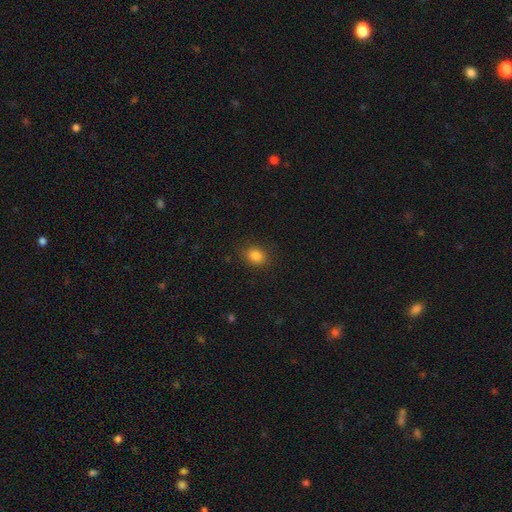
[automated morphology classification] Overall: smooth (84%). How rounded: in between (60%; round 39%). Merging: none (86%).